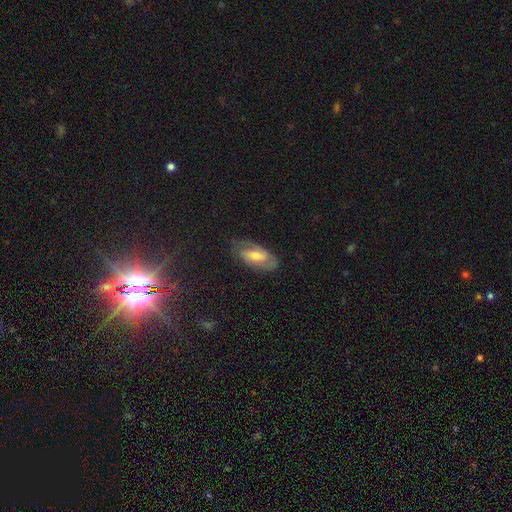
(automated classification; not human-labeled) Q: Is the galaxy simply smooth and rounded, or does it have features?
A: featured or disk — 65%.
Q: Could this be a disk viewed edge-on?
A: no — 92%.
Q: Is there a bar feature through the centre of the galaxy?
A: weak — 46%.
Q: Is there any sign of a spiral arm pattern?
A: yes — 85%.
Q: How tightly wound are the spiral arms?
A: medium — 44%.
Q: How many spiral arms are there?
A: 2 — 75%.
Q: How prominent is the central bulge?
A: moderate — 54%.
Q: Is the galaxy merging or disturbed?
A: none — 75%.